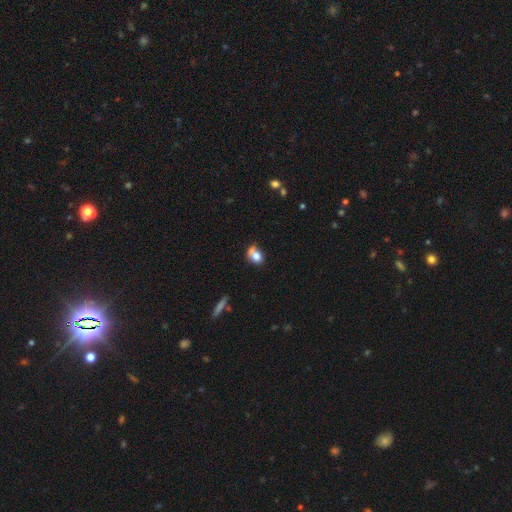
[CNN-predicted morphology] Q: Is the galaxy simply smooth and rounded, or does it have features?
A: smooth — 74%.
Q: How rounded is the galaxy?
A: in between — 52%.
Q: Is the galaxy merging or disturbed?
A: merger — 39%.